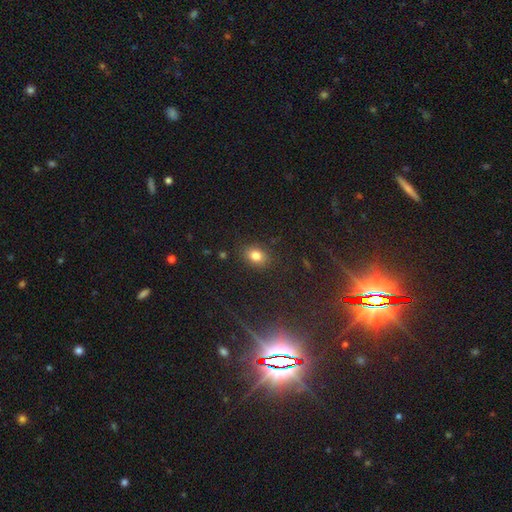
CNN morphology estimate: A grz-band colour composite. It shows a smooth galaxy with no disk features (80%) that is in between round and cigar-shaped (63%). Merging: none (86%).